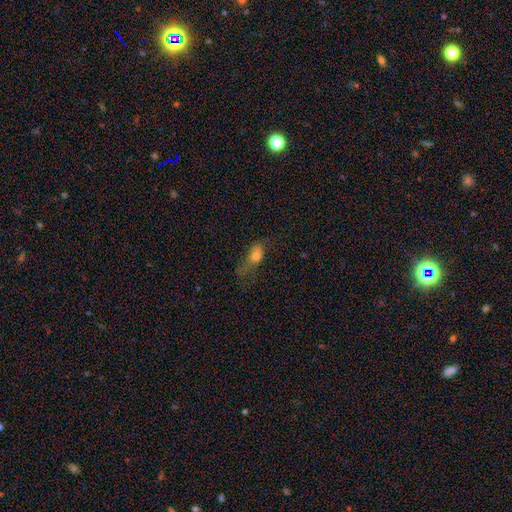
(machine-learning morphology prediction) Smooth or featured: smooth — 66% (featured or disk — 21%)
How rounded: in between — 70% (cigar-shaped — 17%)
Merging: major disturbance — 43% (none — 27%)